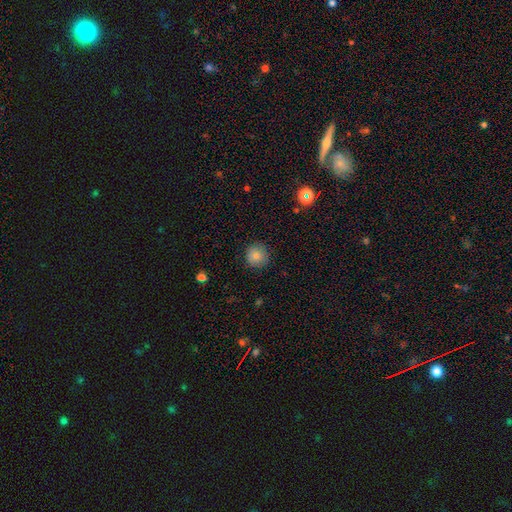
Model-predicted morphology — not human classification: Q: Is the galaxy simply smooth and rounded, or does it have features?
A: smooth — 83%.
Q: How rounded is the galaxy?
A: round — 93%.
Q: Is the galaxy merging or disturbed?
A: none — 87%.